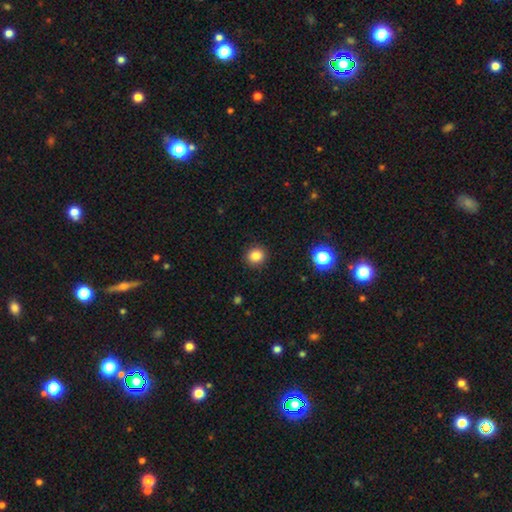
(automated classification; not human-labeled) Overall: smooth (84%). How rounded: round (86%). Merging: none (91%).